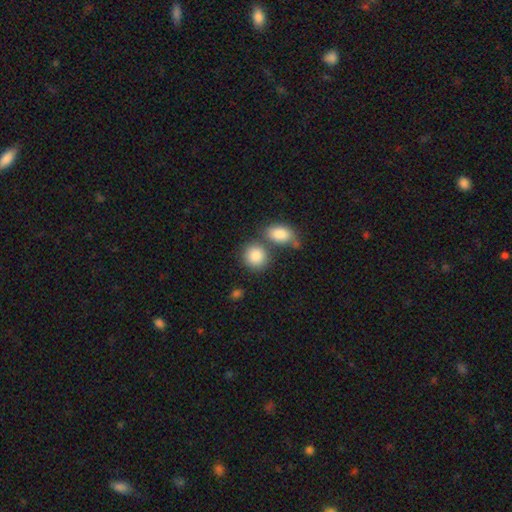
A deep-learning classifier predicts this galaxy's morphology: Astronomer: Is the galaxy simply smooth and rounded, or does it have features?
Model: smooth — 87%.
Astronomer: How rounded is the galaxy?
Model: round — 75%.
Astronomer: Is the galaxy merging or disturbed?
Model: none — 57%.